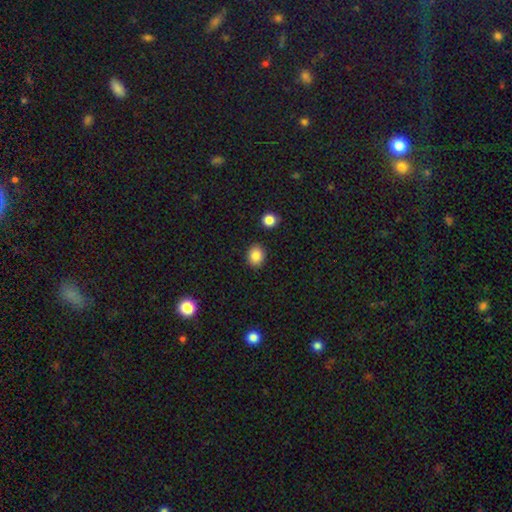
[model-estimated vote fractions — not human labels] This is clearly a smooth galaxy (85%). How rounded: possibly round (59%). Merging: clearly none (88%).